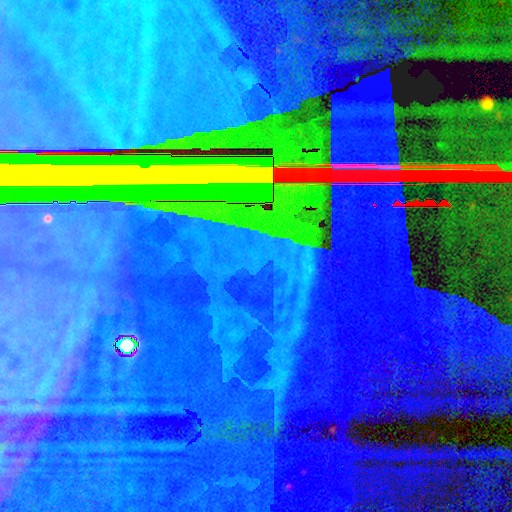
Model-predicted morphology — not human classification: smooth_or_featured: star or artifact (p=0.87) [alt: featured or disk p=0.07]